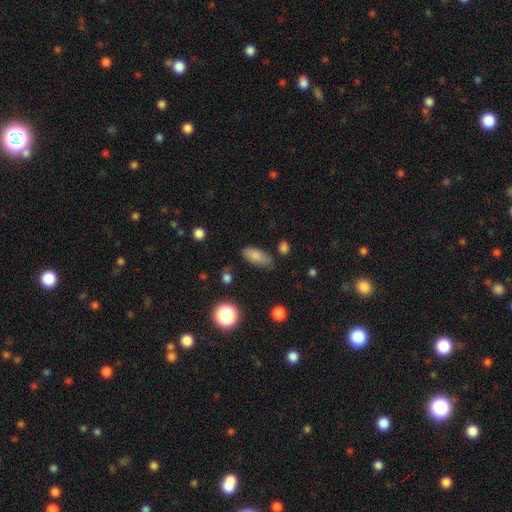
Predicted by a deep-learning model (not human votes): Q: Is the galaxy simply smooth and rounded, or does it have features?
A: smooth — 81%.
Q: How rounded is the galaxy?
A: in between — 85%.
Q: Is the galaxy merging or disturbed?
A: none — 66%.